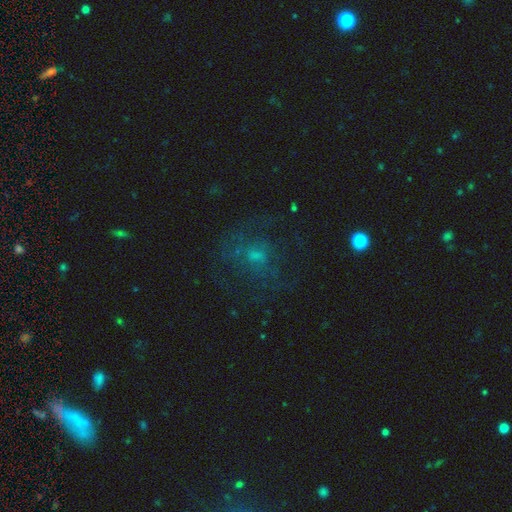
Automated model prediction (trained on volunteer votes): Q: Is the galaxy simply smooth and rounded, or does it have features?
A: featured or disk — 45%.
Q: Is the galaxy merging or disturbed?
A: none — 57%.